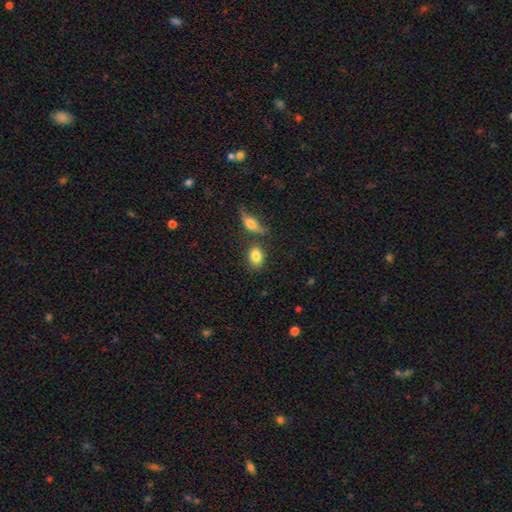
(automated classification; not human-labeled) Smooth or featured?
  - smooth: 82% *
  - featured or disk: 10%
  - star or artifact: 8%
How rounded?
  - in between: 72% *
  - round: 26%
  - cigar-shaped: 3%
Merging?
  - none: 71% *
  - merger: 14%
  - minor disturbance: 12%
  - major disturbance: 4%